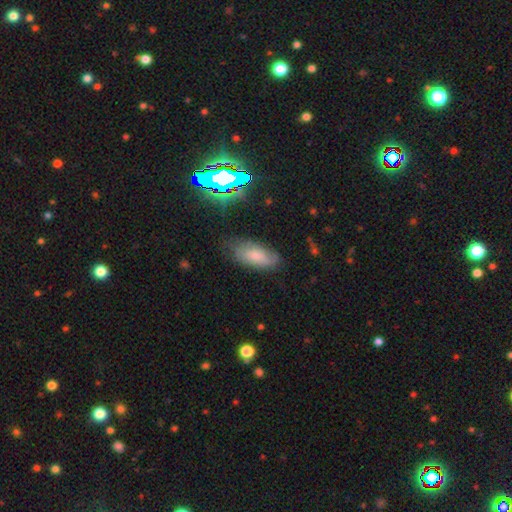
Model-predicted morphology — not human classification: A smooth galaxy with no disk features (63%) that is in between round and cigar-shaped (89%).

Vote fractions:
- Smooth or featured? smooth: 63% / featured or disk: 25% / star or artifact: 12%
- How rounded? in between: 89% / cigar-shaped: 8% / round: 3%
- Merging? none: 66% / minor disturbance: 25% / major disturbance: 7% / merger: 2%